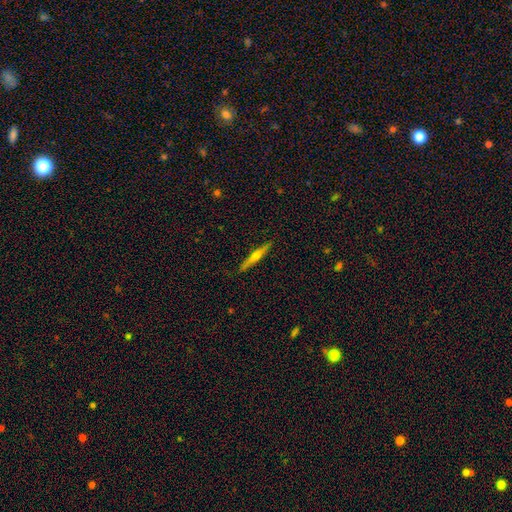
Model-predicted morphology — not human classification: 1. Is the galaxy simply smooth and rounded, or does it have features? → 65% featured or disk, 29% smooth, 6% star or artifact.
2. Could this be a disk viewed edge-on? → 97% yes, 3% no.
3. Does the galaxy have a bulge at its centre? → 89% rounded, 8% none, 3% boxy.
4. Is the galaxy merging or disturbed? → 90% none, 7% minor disturbance, 1% major disturbance, 1% merger.